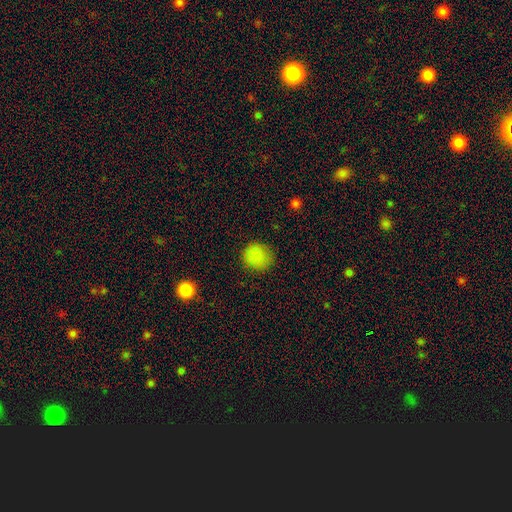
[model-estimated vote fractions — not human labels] A smooth galaxy with no disk features (84%) that is round (83%).

Vote fractions:
- Smooth or featured? smooth: 84% / star or artifact: 12% / featured or disk: 4%
- How rounded? round: 83% / in between: 16% / cigar-shaped: 1%
- Merging? none: 81% / minor disturbance: 13% / major disturbance: 4% / merger: 1%